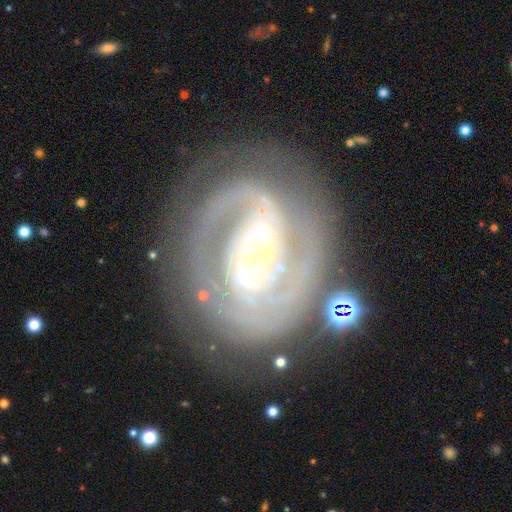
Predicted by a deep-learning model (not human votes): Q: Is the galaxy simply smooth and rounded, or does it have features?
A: featured or disk — 90%.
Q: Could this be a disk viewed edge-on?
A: no — 97%.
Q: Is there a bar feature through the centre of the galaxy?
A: strong — 43%.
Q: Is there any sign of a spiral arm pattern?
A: yes — 96%.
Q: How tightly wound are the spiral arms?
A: tight — 68%.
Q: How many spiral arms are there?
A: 2 — 54%.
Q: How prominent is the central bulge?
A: moderate — 50%.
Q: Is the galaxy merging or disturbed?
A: none — 74%.